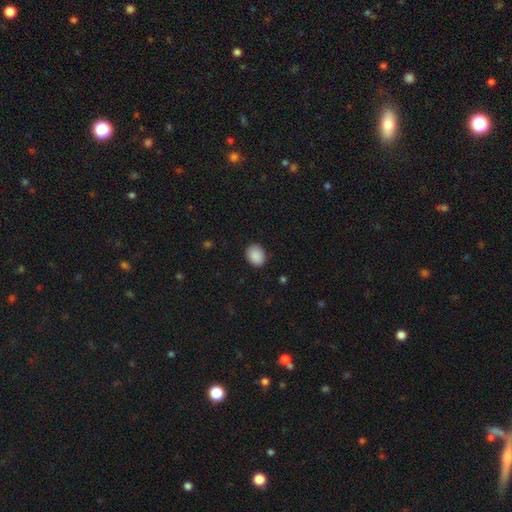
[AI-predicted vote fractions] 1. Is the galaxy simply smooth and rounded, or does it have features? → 90% smooth, 8% star or artifact, 3% featured or disk.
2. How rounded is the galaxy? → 57% in between, 42% round, 1% cigar-shaped.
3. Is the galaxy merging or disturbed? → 88% none, 9% minor disturbance, 2% major disturbance, 1% merger.